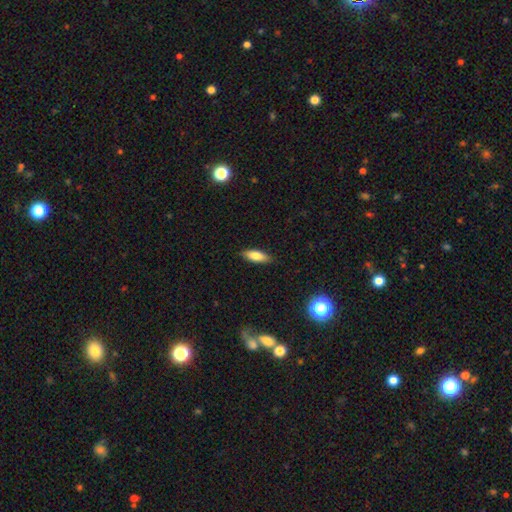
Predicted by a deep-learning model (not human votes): smooth 78%, featured or disk 15%, star or artifact 7%. Down the decision tree: how rounded — in between (64%); merging — none (87%).